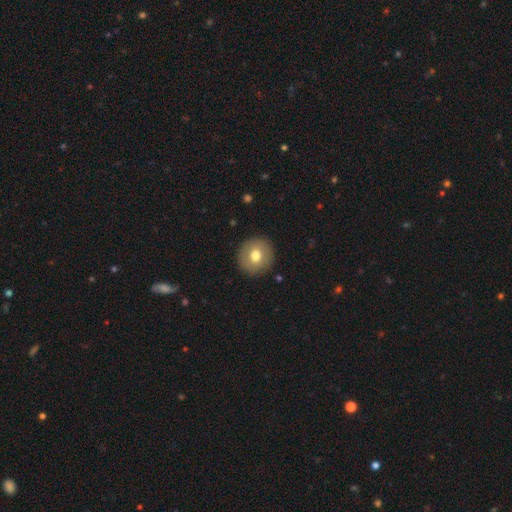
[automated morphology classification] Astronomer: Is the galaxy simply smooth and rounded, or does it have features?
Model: smooth — 72%.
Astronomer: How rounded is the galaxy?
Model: round — 92%.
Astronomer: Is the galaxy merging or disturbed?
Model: none — 91%.